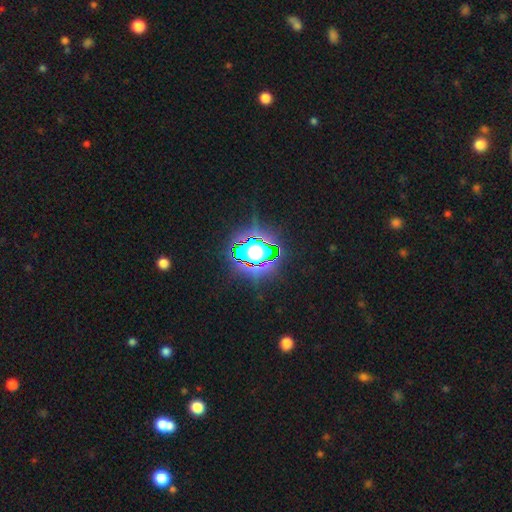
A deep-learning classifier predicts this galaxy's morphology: This is likely a star or artifact rather than a galaxy (79%).